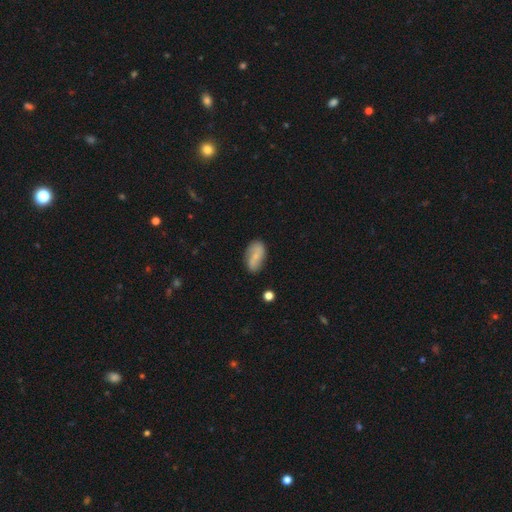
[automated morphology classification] A smooth galaxy with no disk features (56%) that is in between round and cigar-shaped (90%). Merging: none (72%).